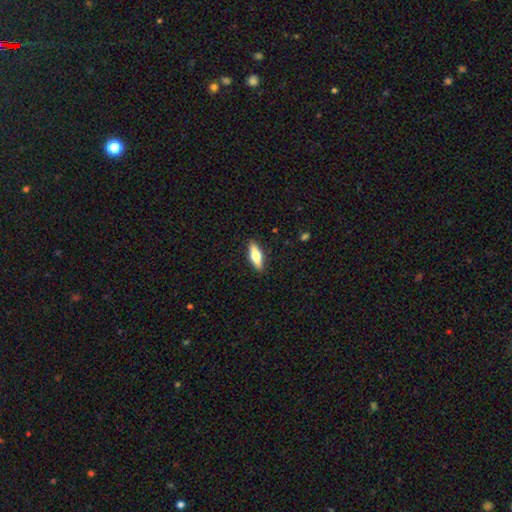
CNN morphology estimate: The model was most divided on "how rounded": in between: 50%, cigar-shaped: 48%, round: 3%. More confident: merging — none (89%); smooth or featured — smooth (55%).